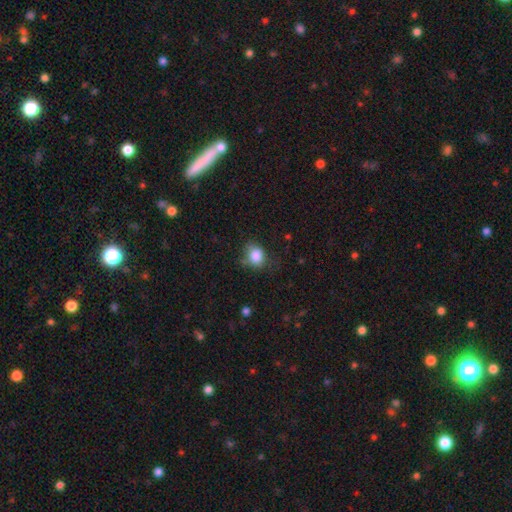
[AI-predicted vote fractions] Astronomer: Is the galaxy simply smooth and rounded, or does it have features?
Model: smooth — 83%.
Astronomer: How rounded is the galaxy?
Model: round — 54% (runner-up: in between, 45%).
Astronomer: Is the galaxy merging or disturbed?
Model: none — 61%.